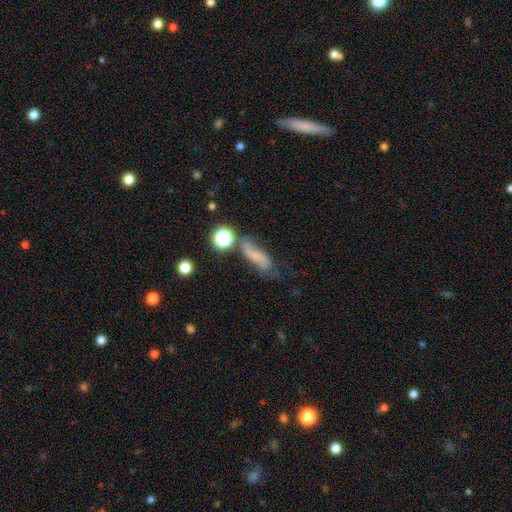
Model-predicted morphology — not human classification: A smooth galaxy with no disk features (48%).

Vote fractions:
- Smooth or featured? smooth: 48% / featured or disk: 36% / star or artifact: 16%
- Merging? none: 45% / minor disturbance: 26% / major disturbance: 18% / merger: 12%